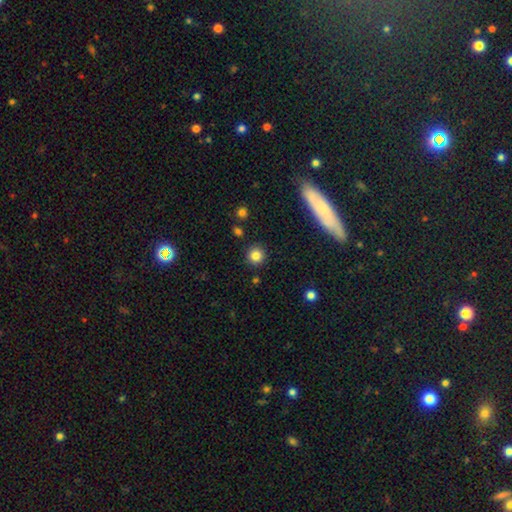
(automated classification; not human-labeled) Smooth or featured? Predicted: smooth (p=0.83). How rounded? Predicted: round (p=0.93). Merging? Predicted: none (p=0.89).